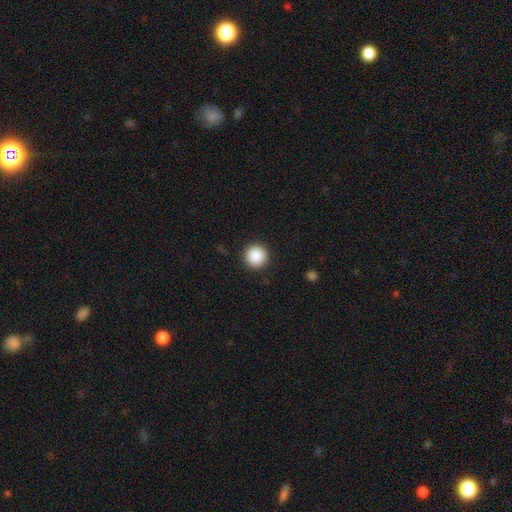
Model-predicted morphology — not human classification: Smooth or featured?
  - smooth: 89% *
  - star or artifact: 8%
  - featured or disk: 3%
How rounded?
  - round: 96% *
  - in between: 3%
  - cigar-shaped: 1%
Merging?
  - none: 92% *
  - minor disturbance: 5%
  - major disturbance: 2%
  - merger: 1%